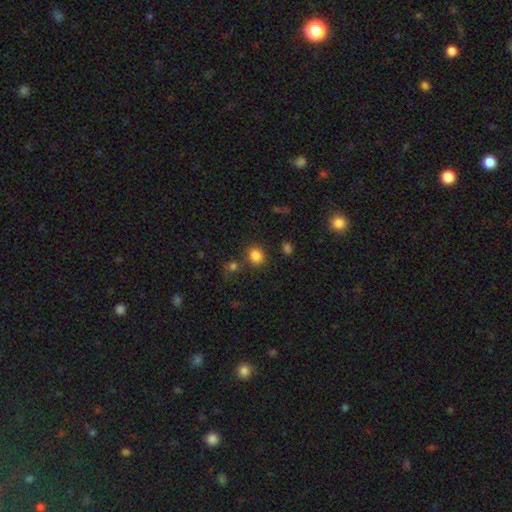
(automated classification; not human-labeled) smooth_or_featured: smooth (p=0.83) [alt: star or artifact p=0.12]
how_rounded: round (p=0.67) [alt: in between p=0.32]
merging: none (p=0.78) [alt: minor disturbance p=0.10]